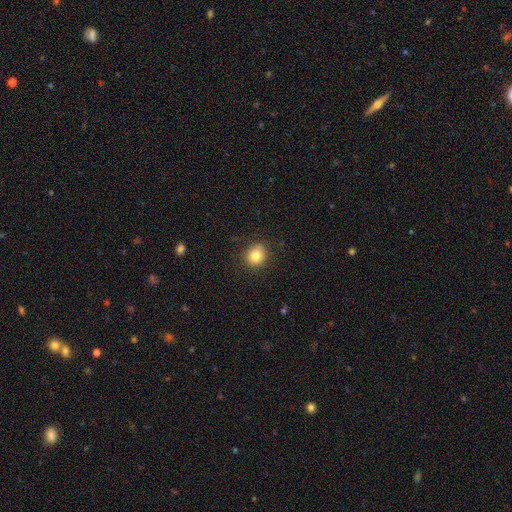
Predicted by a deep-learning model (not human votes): Morphology: type=smooth (82%); roundness=round (77%); merging=none (85%).